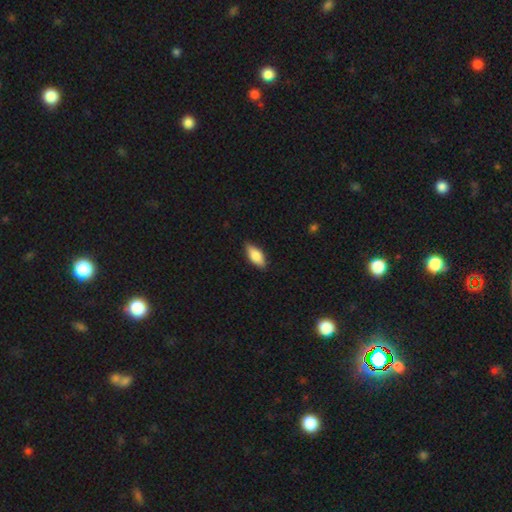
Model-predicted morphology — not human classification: This is likely a smooth galaxy (78%). How rounded: clearly in between (82%). Merging: clearly none (85%).